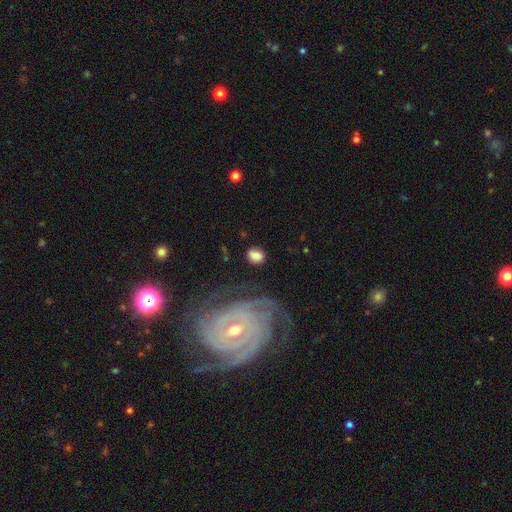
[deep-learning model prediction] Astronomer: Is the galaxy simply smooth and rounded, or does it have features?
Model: smooth — 76%.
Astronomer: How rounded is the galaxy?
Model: round — 50% (runner-up: in between, 49%).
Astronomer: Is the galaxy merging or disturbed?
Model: none — 76%.